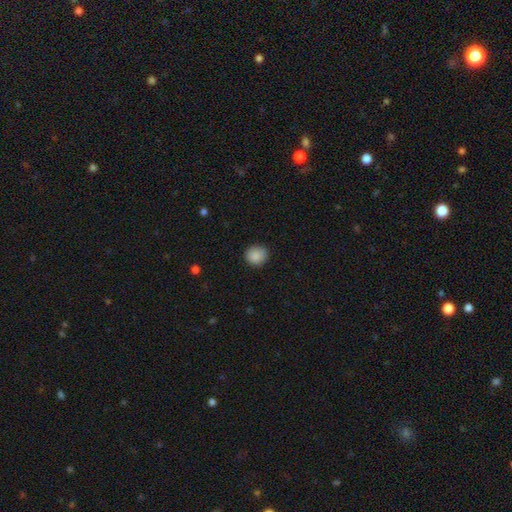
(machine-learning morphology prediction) Smooth or featured?
  - smooth: 88% *
  - star or artifact: 8%
  - featured or disk: 3%
How rounded?
  - round: 86% *
  - in between: 13%
  - cigar-shaped: 1%
Merging?
  - none: 87% *
  - minor disturbance: 10%
  - major disturbance: 2%
  - merger: 1%